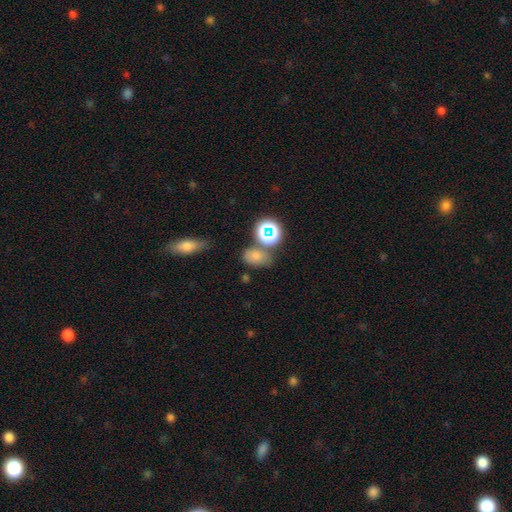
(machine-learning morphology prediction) Smooth or featured: smooth — 70% (star or artifact — 20%)
How rounded: in between — 74% (round — 24%)
Merging: none — 59% (minor disturbance — 18%)